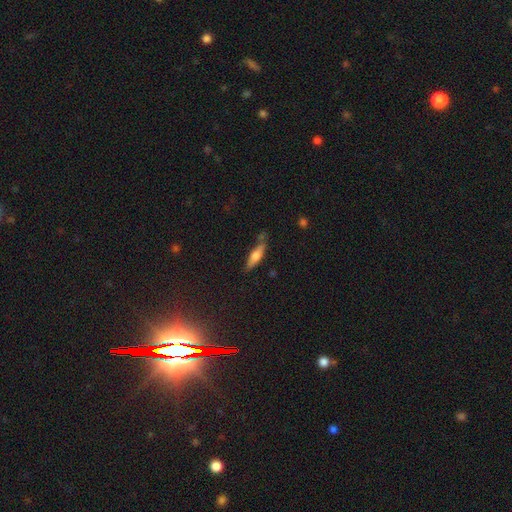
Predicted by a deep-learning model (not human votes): smooth 55%, featured or disk 38%, star or artifact 8%. Down the decision tree: how rounded — cigar-shaped (68%); merging — none (64%).